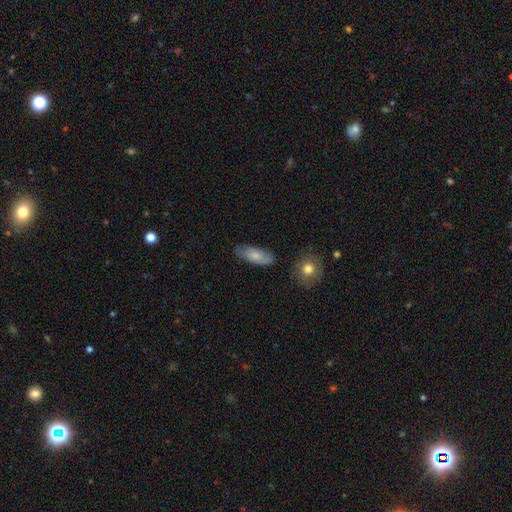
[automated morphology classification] Smooth or featured? Predicted: smooth (p=0.77). How rounded? Predicted: in between (p=0.78). Merging? Predicted: none (p=0.77).